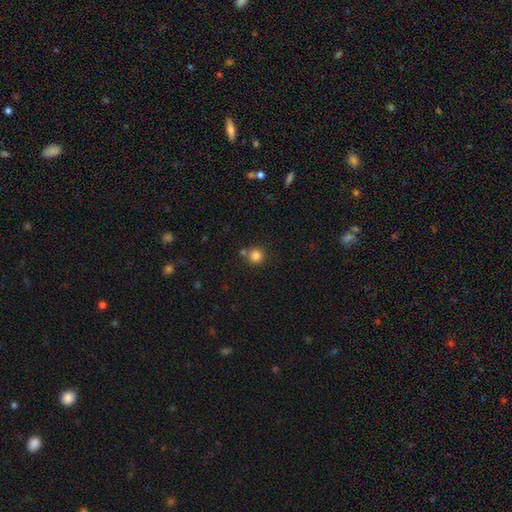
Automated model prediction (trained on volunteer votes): smooth-or-featured: smooth: 83% | star or artifact: 12% | featured or disk: 5%
  how-rounded: round: 93% | in between: 6% | cigar-shaped: 1%
  merging: none: 75% | merger: 14% | minor disturbance: 8% | major disturbance: 3%